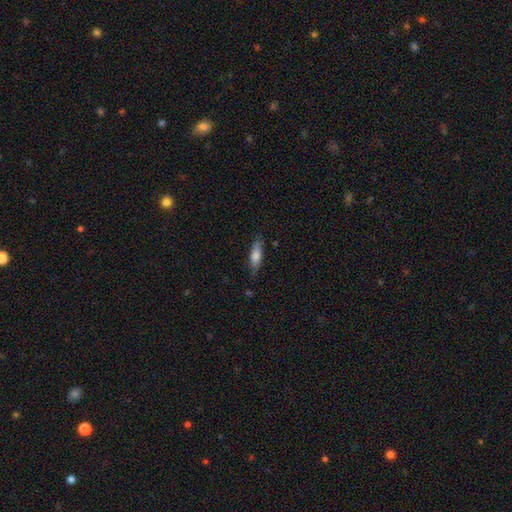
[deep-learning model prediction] Q: Smooth or featured?
A: smooth (71%); runner-up: featured or disk (23%)
Q: How rounded?
A: cigar-shaped (54%); runner-up: in between (44%)
Q: Merging?
A: none (81%); runner-up: minor disturbance (15%)